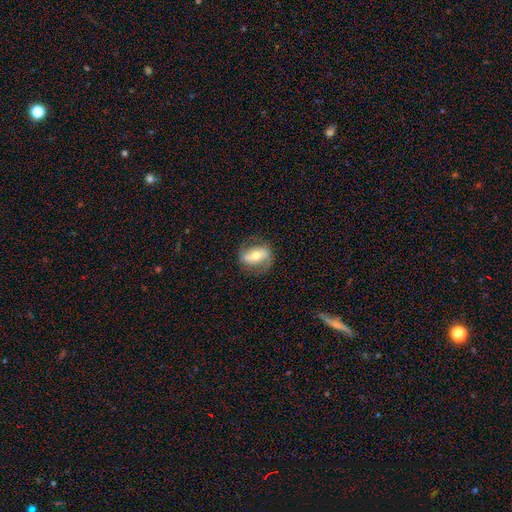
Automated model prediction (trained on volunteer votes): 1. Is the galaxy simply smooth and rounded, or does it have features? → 64% featured or disk, 30% smooth, 7% star or artifact.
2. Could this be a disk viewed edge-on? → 92% no, 8% yes.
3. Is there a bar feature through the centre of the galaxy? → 46% strong, 30% weak, 25% no.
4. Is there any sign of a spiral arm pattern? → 75% yes, 25% no.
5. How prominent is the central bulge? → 67% moderate, 23% small, 8% large, 1% dominant, 1% none.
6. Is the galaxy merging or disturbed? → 76% none, 15% minor disturbance, 7% major disturbance, 1% merger.